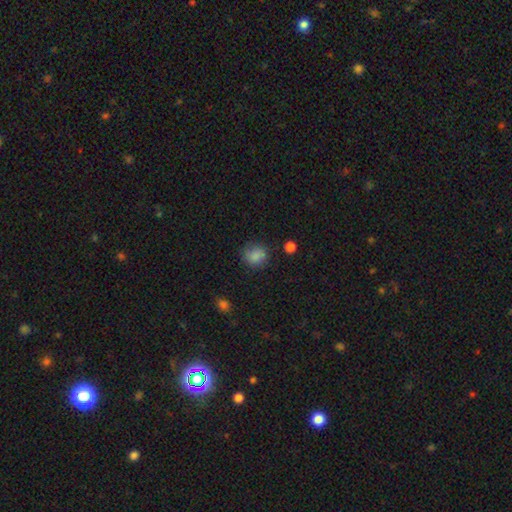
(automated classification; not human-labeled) smooth 84%, star or artifact 11%, featured or disk 5%. Down the decision tree: how rounded — round (73%); merging — none (75%).